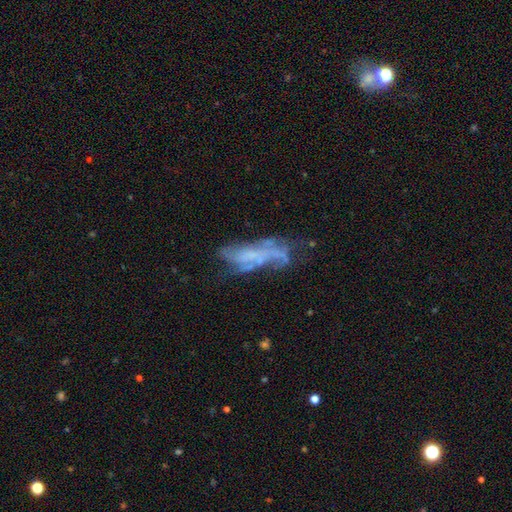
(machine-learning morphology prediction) This appears to be a featured or disk galaxy (63%). Merging: none (41%).